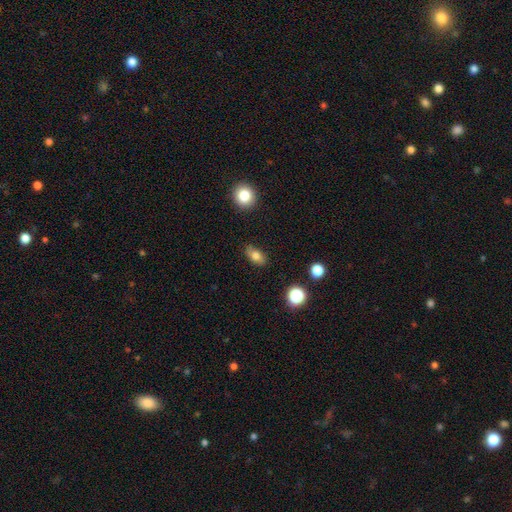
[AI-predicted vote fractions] Q: Smooth or featured?
A: smooth (77%); runner-up: featured or disk (13%)
Q: How rounded?
A: in between (83%); runner-up: round (13%)
Q: Merging?
A: none (82%); runner-up: minor disturbance (13%)